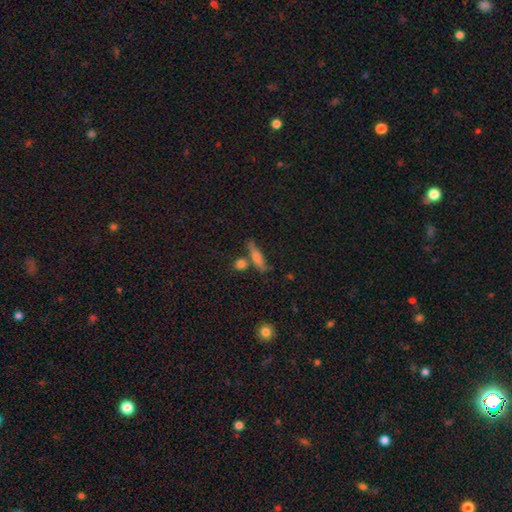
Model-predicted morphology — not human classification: Smooth or featured: smooth — 67% (featured or disk — 23%)
How rounded: cigar-shaped — 73% (in between — 22%)
Merging: none — 66% (merger — 15%)